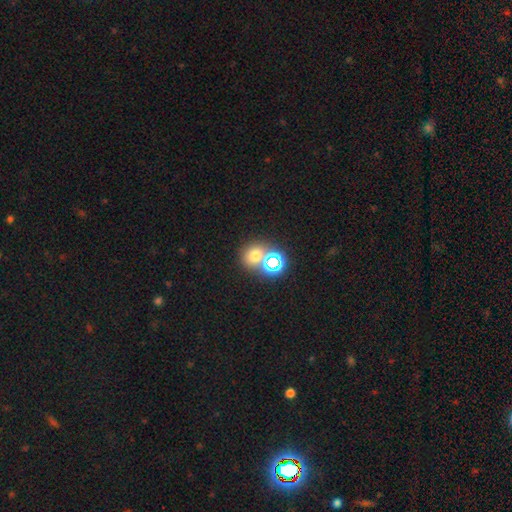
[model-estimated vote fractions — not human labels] Smooth or featured? Predicted: smooth (p=0.60). How rounded? Predicted: round (p=0.75). Merging? Predicted: none (p=0.61).